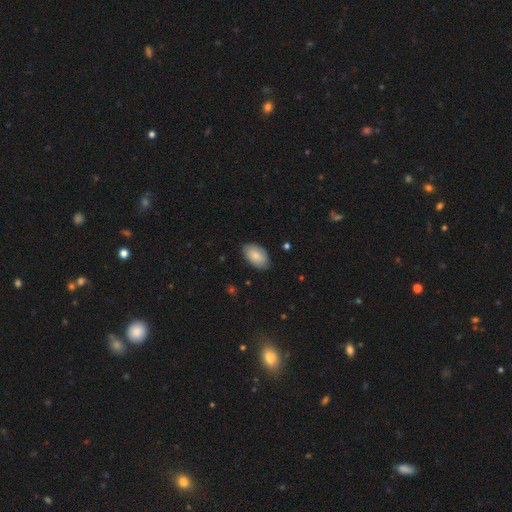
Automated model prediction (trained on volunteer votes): smooth_or_featured: smooth (p=0.81) [alt: featured or disk p=0.13]
how_rounded: in between (p=0.94) [alt: round p=0.04]
merging: none (p=0.82) [alt: minor disturbance p=0.14]